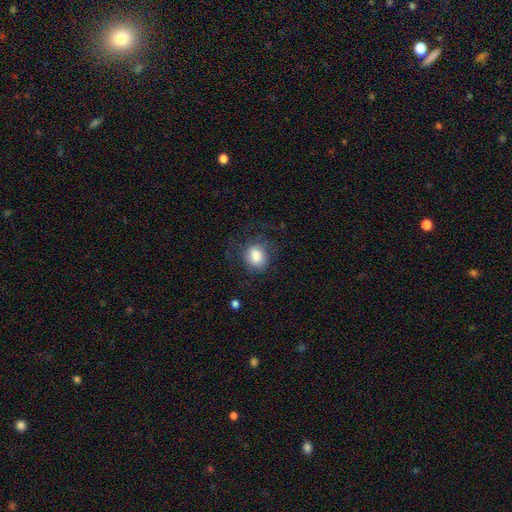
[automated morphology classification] Q: Smooth or featured?
A: smooth (82%); runner-up: featured or disk (10%)
Q: How rounded?
A: round (56%); runner-up: in between (43%)
Q: Merging?
A: none (67%); runner-up: minor disturbance (19%)